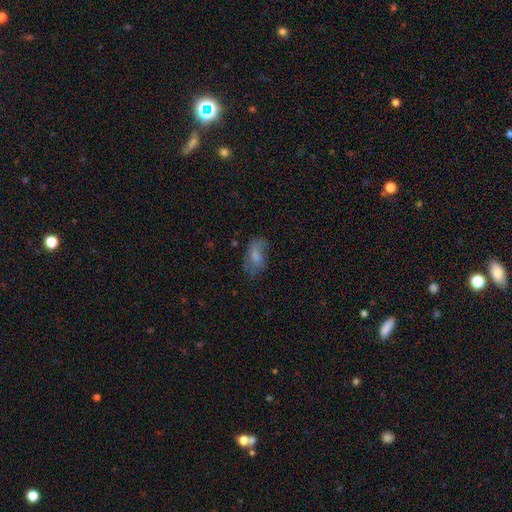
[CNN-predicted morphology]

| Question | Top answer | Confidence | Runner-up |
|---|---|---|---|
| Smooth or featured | smooth | 61% | featured or disk (29%) |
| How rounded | in between | 90% | round (7%) |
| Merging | none | 53% | minor disturbance (27%) |